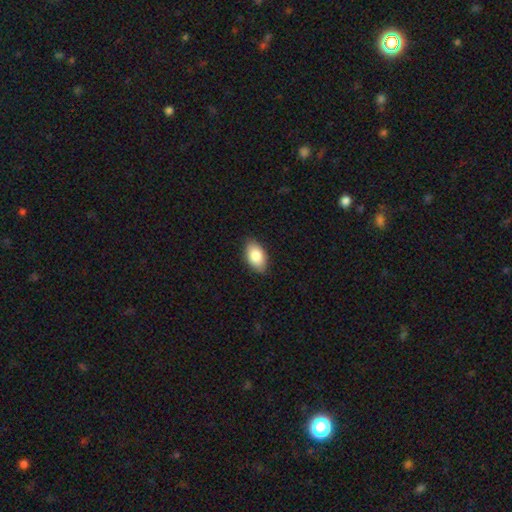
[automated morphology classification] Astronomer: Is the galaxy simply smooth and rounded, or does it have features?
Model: smooth — 84%.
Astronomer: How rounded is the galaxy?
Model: in between — 93%.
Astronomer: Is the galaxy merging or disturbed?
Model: none — 87%.